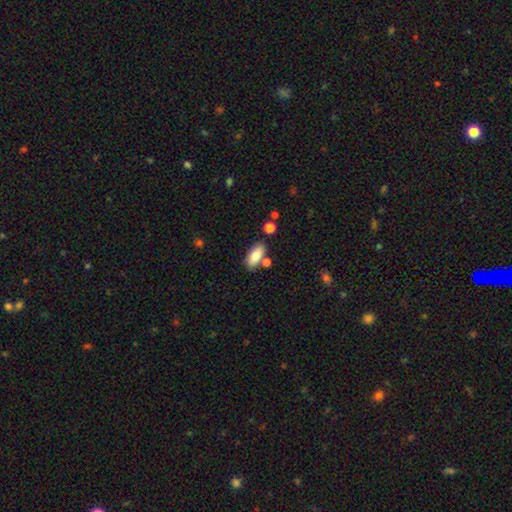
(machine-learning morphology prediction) Smooth or featured: smooth — 80% (featured or disk — 13%)
How rounded: in between — 86% (cigar-shaped — 11%)
Merging: none — 75% (minor disturbance — 12%)